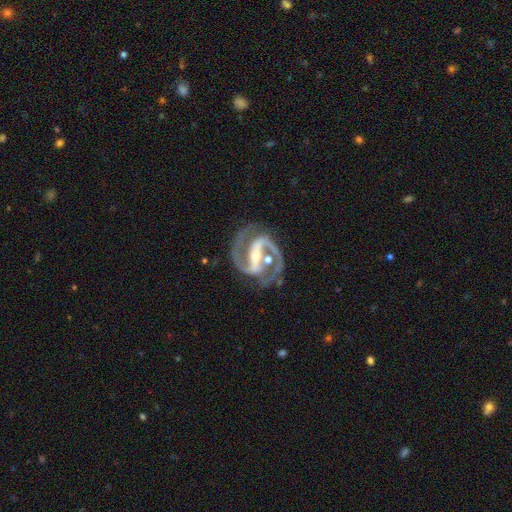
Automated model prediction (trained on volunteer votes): Morphology: type=featured or disk (93%); edge-on=no (97%); bar=strong (77%); spiral arms=yes (98%); winding=medium (63%); arm count=2 (94%); bulge=small (52%); merging=none (79%).